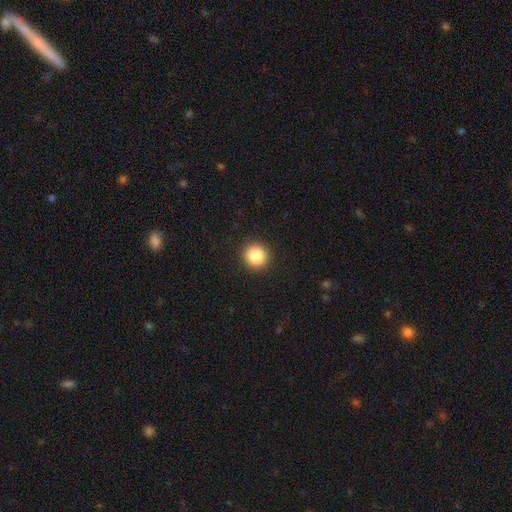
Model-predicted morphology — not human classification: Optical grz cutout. It shows a smooth galaxy with no disk features (86%) that is round (93%). Merging: none (92%).